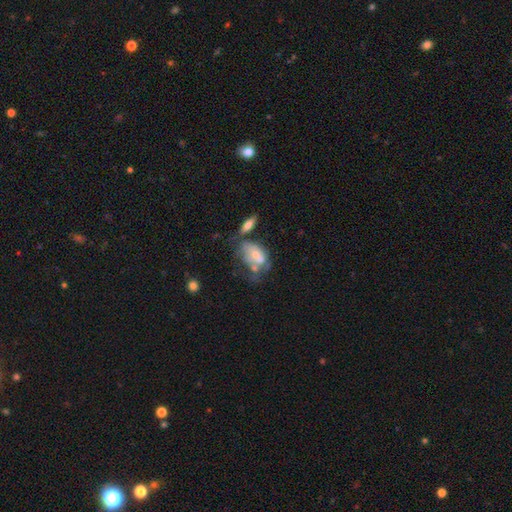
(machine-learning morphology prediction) Q: Smooth or featured?
A: smooth (56%); runner-up: featured or disk (35%)
Q: How rounded?
A: in between (86%); runner-up: round (11%)
Q: Merging?
A: merger (28%); runner-up: major disturbance (27%)